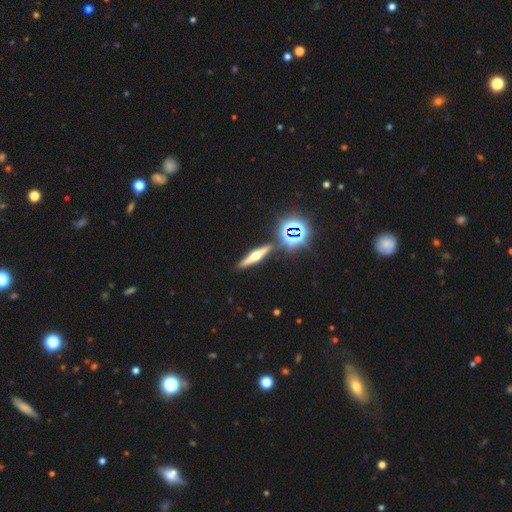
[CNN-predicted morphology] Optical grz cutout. It shows a featured or disk galaxy (57%) viewed edge-on (93%) with a rounded central bulge (93%). Merging: none (86%).